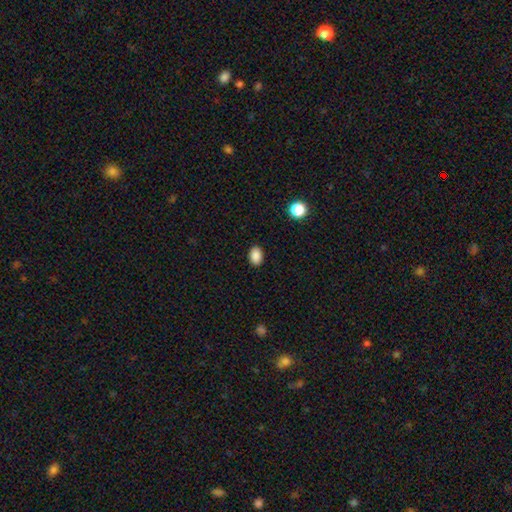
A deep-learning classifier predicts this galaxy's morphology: smooth-or-featured: smooth: 88% | star or artifact: 9% | featured or disk: 3%
  how-rounded: in between: 82% | round: 17% | cigar-shaped: 1%
  merging: none: 89% | minor disturbance: 8% | major disturbance: 2% | merger: 1%